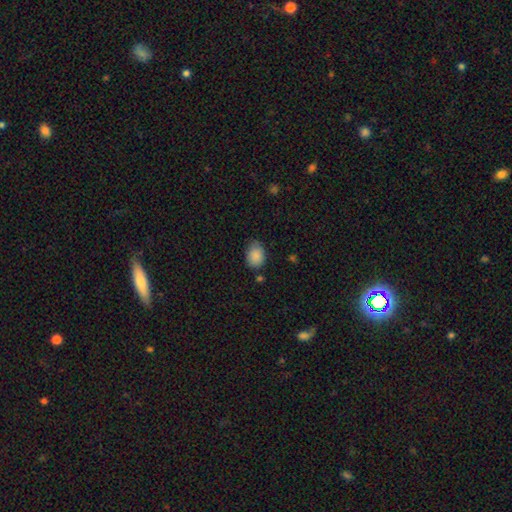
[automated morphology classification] A smooth galaxy with no disk features (88%) that is in between round and cigar-shaped (72%).

Vote fractions:
- Smooth or featured? smooth: 88% / star or artifact: 8% / featured or disk: 5%
- How rounded? in between: 72% / round: 27% / cigar-shaped: 1%
- Merging? none: 67% / minor disturbance: 26% / major disturbance: 4% / merger: 3%